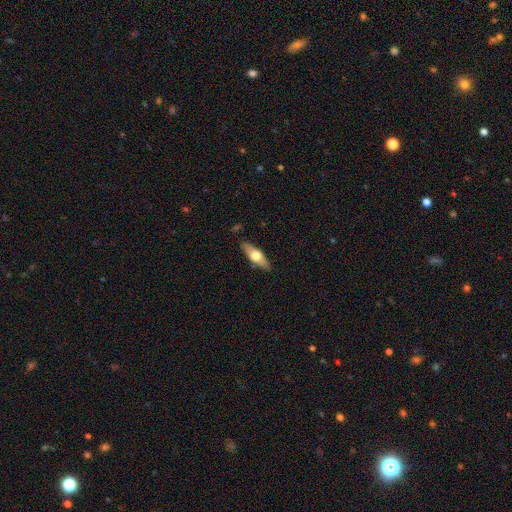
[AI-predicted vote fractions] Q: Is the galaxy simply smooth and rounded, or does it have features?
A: smooth — 53%.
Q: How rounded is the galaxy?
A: in between — 57%.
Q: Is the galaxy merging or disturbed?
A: none — 86%.